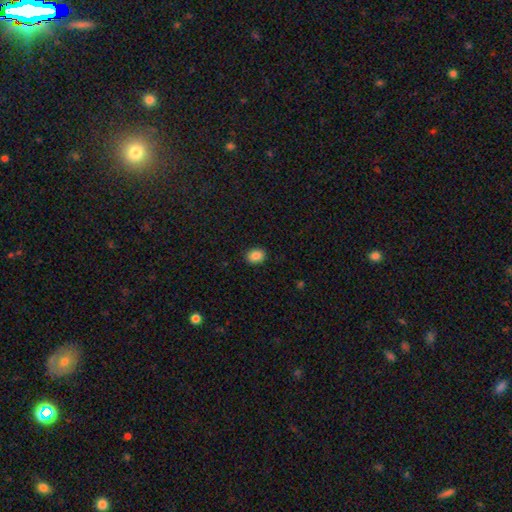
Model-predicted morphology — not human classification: smooth-or-featured: smooth: 88% | star or artifact: 9% | featured or disk: 4%
  how-rounded: in between: 69% | round: 30% | cigar-shaped: 1%
  merging: none: 89% | minor disturbance: 8% | major disturbance: 2% | merger: 1%